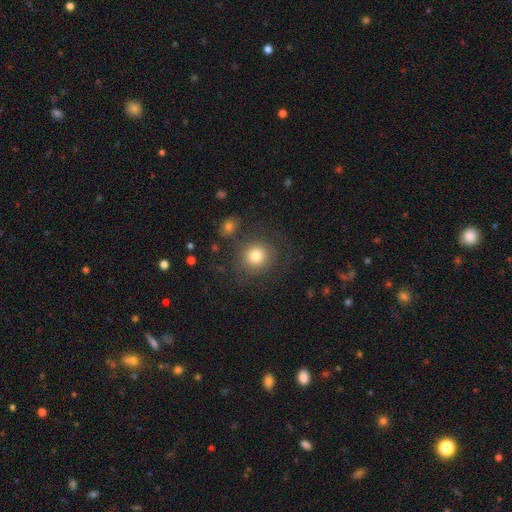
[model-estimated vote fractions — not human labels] Overall: smooth (77%). How rounded: round (86%). Merging: none (75%).